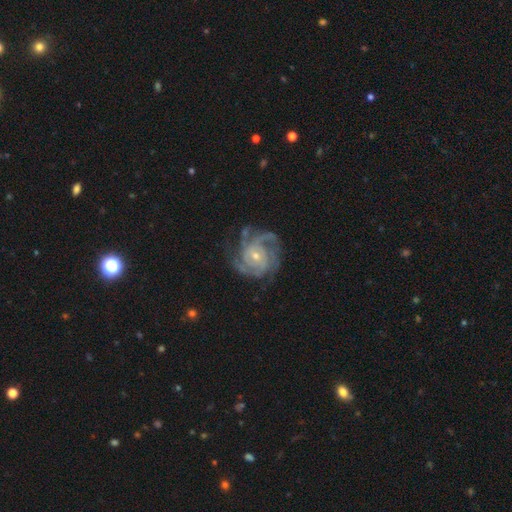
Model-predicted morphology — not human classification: type=featured or disk (89%); edge-on=no (98%); bar=no (71%); spiral arms=yes (98%); winding=tight (59%); arm count=3 (35%); bulge=small (67%); merging=none (72%).